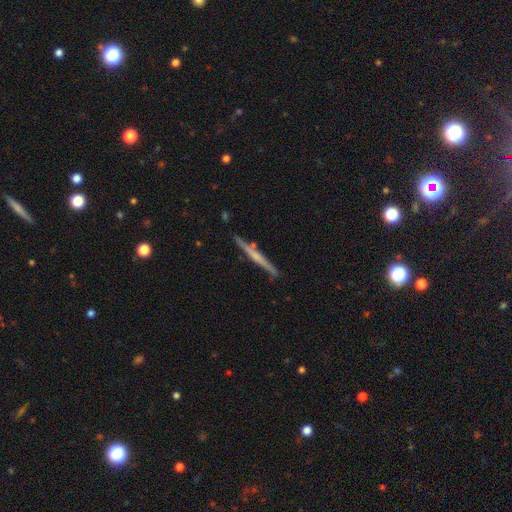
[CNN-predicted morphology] This appears to be a featured or disk galaxy (61%) viewed edge-on (96%) with no central bulge (53%). Merging: none (83%).